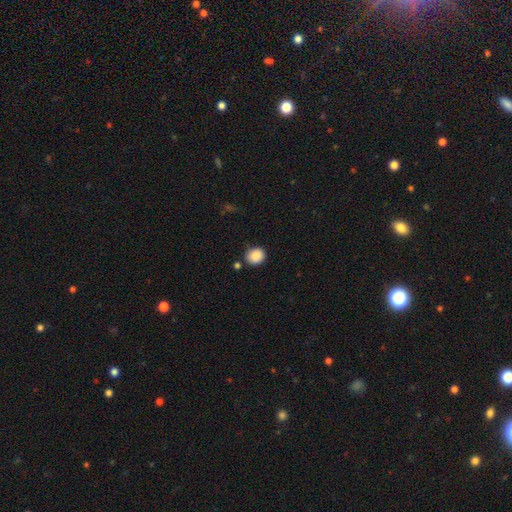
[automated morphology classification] The model was most divided on "how rounded": round: 80%, in between: 19%, cigar-shaped: 1%. More confident: smooth or featured — smooth (88%); merging — none (82%).